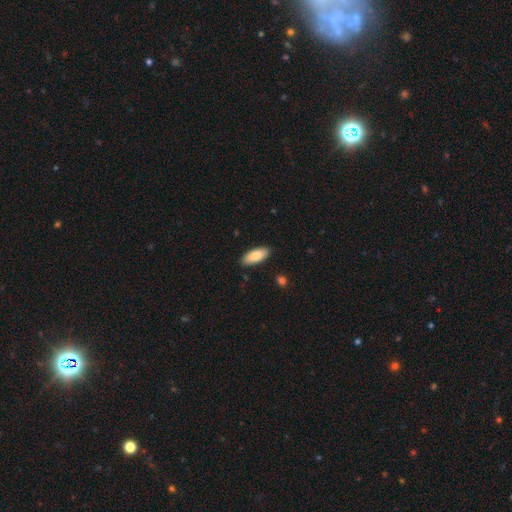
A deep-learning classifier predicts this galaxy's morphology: smooth-or-featured: smooth: 84% | featured or disk: 10% | star or artifact: 6%
  how-rounded: in between: 82% | cigar-shaped: 16% | round: 2%
  merging: none: 88% | minor disturbance: 9% | major disturbance: 2% | merger: 1%